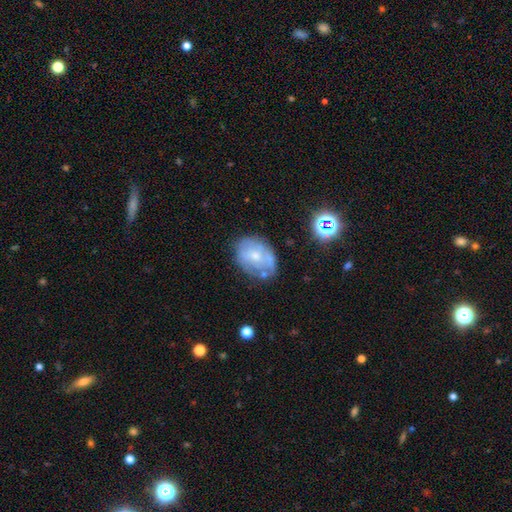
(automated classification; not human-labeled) smooth_or_featured: featured or disk (p=0.52) [alt: smooth p=0.38]
disk_edge_on: no (p=0.96) [alt: yes p=0.04]
merging: none (p=0.55) [alt: minor disturbance p=0.28]